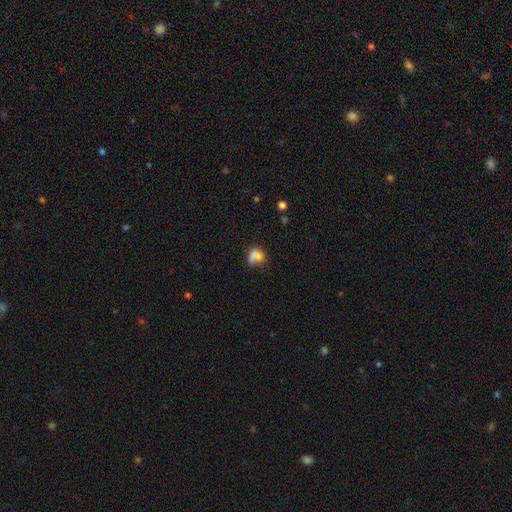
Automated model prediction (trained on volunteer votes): Smooth or featured? smooth (74%)
How rounded? in between (56%)
Merging? none (31%)